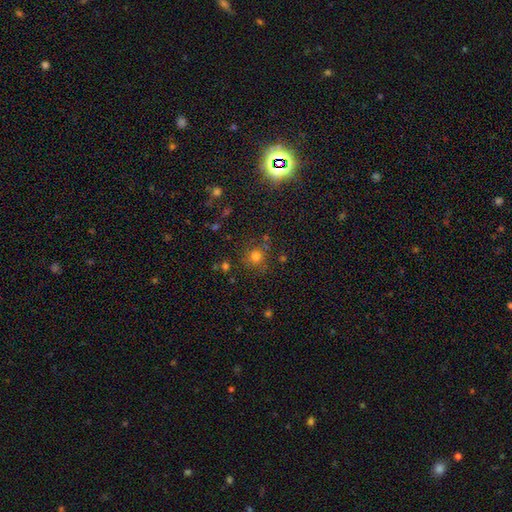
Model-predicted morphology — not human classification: Q: Smooth or featured?
A: smooth (73%); runner-up: star or artifact (19%)
Q: How rounded?
A: round (90%); runner-up: in between (9%)
Q: Merging?
A: none (77%); runner-up: minor disturbance (12%)